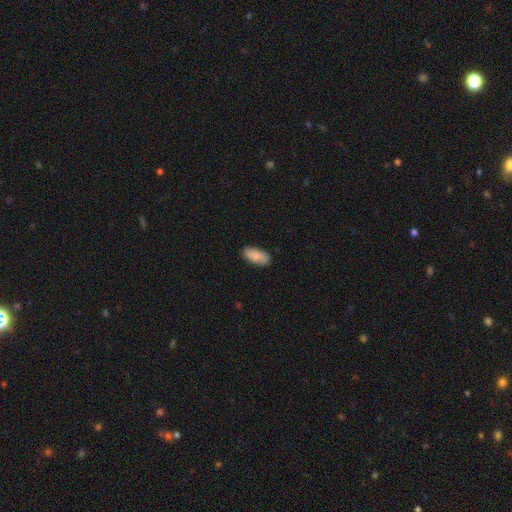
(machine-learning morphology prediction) smooth_or_featured: smooth (p=0.83) [alt: featured or disk p=0.11]
how_rounded: in between (p=0.90) [alt: cigar-shaped p=0.07]
merging: none (p=0.82) [alt: minor disturbance p=0.14]